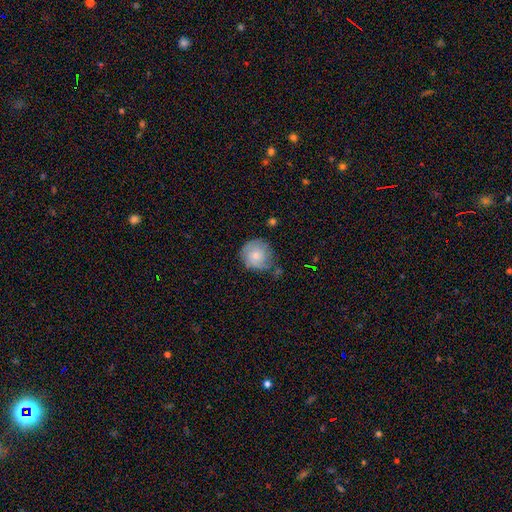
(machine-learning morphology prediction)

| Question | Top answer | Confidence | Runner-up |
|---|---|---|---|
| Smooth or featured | smooth | 57% | featured or disk (36%) |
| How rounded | round | 88% | in between (11%) |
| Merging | none | 57% | minor disturbance (28%) |